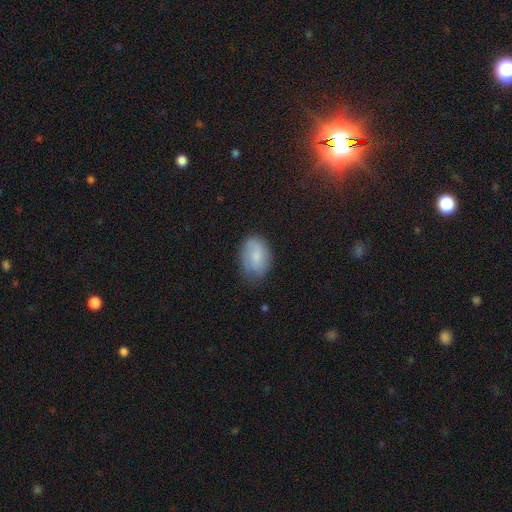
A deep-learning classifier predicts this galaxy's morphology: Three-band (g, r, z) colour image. It shows a smooth galaxy with no disk features (72%) that is in between round and cigar-shaped (84%). Merging: none (68%).